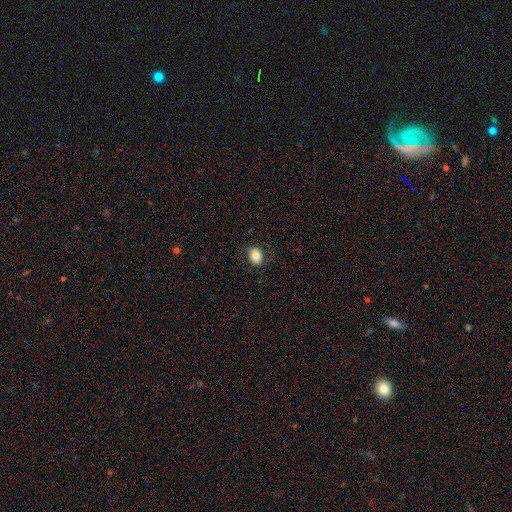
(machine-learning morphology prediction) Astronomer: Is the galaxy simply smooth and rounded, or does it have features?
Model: smooth — 79%.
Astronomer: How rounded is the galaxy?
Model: in between — 69%.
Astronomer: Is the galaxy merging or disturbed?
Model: none — 80%.